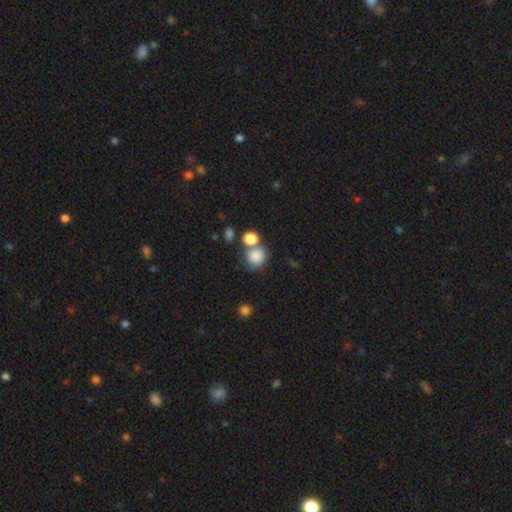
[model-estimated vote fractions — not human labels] Smooth or featured?
  - smooth: 84% *
  - star or artifact: 10%
  - featured or disk: 7%
How rounded?
  - round: 80% *
  - in between: 19%
  - cigar-shaped: 1%
Merging?
  - none: 51% *
  - merger: 31%
  - minor disturbance: 12%
  - major disturbance: 6%